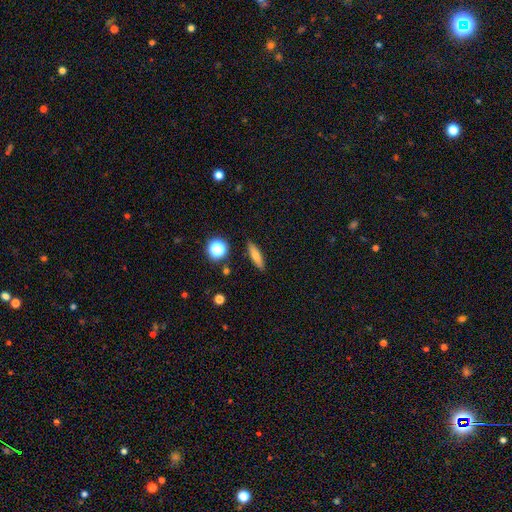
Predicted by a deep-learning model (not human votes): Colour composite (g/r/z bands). It shows a smooth galaxy with no disk features (68%) that is cigar-shaped (67%). Merging: none (87%).